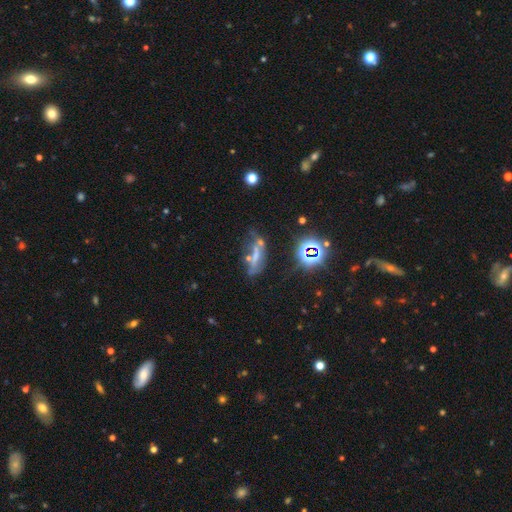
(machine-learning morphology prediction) Smooth or featured? featured or disk (38%)
Merging? none (40%)